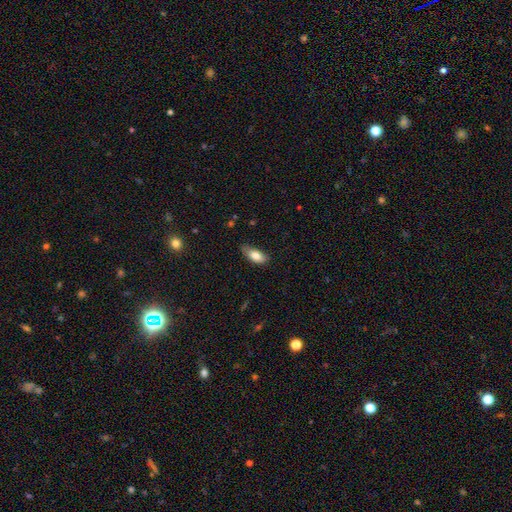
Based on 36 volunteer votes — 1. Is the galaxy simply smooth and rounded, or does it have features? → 81% smooth, 14% featured or disk, 6% star or artifact.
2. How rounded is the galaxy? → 90% in between, 7% cigar-shaped, 3% round.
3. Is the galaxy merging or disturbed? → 62% none, 32% minor disturbance, 6% major disturbance, 0% merger.